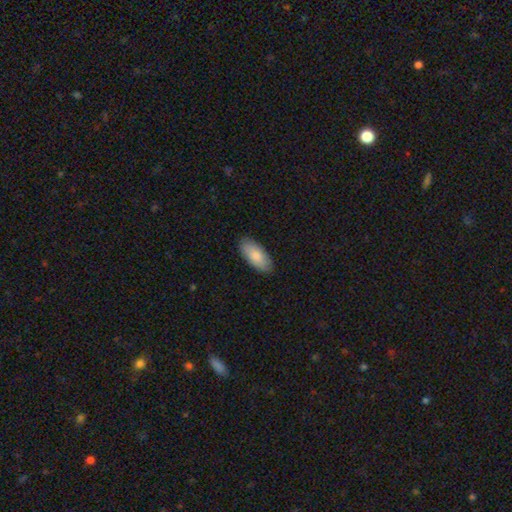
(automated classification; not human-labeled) smooth-or-featured: smooth: 85% | featured or disk: 10% | star or artifact: 5%
  how-rounded: in between: 88% | cigar-shaped: 10% | round: 2%
  merging: none: 88% | minor disturbance: 9% | major disturbance: 2% | merger: 1%